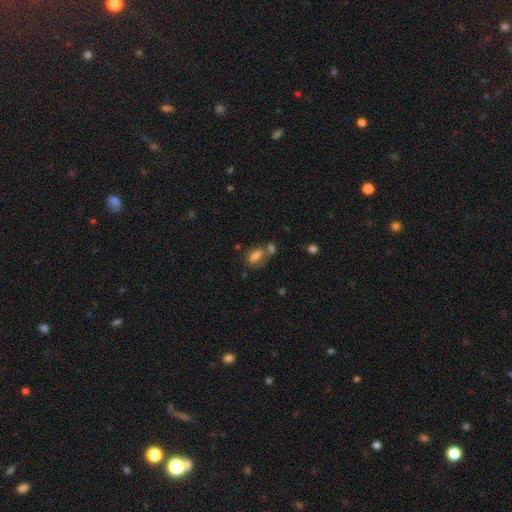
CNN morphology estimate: The model was most divided on "merging": none: 44%, merger: 33%, minor disturbance: 15%, major disturbance: 7%. More confident: how rounded — in between (86%); smooth or featured — smooth (79%).